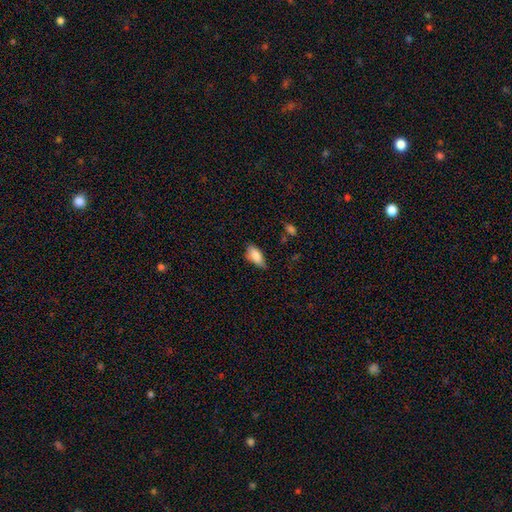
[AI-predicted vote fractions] smooth_or_featured: smooth (p=0.84) [alt: featured or disk p=0.09]
how_rounded: in between (p=0.87) [alt: cigar-shaped p=0.10]
merging: none (p=0.65) [alt: minor disturbance p=0.29]